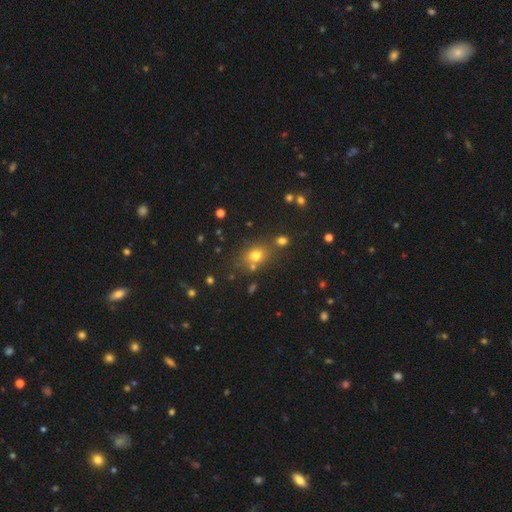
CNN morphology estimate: Smooth or featured? Predicted: smooth (p=0.72). How rounded? Predicted: round (p=0.58). Merging? Predicted: none (p=0.69).